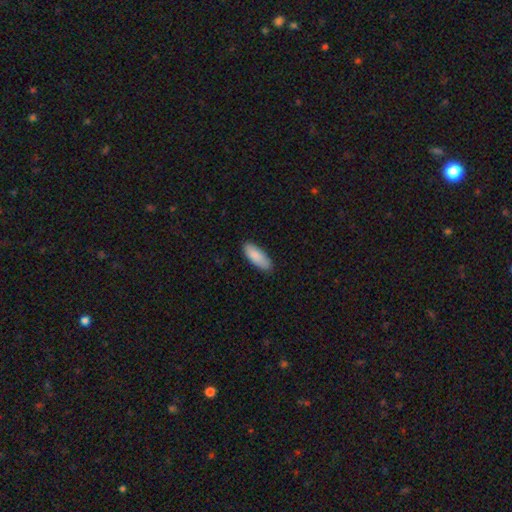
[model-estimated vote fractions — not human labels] This appears to be a smooth galaxy with no disk features (88%) that is in between round and cigar-shaped (74%). Merging: none (85%).